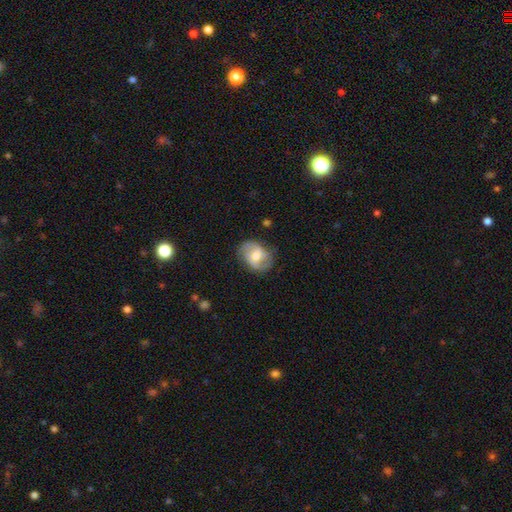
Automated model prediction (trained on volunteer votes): Q: Smooth or featured?
A: featured or disk (63%); runner-up: smooth (30%)
Q: Edge-on disk?
A: no (97%); runner-up: yes (3%)
Q: Bar?
A: weak (45%); runner-up: no (38%)
Q: Spiral arms?
A: yes (85%); runner-up: no (15%)
Q: Spiral winding?
A: medium (46%); runner-up: loose (32%)
Q: Spiral arm count?
A: 2 (84%); runner-up: can't tell (9%)
Q: Bulge size?
A: moderate (63%); runner-up: small (26%)
Q: Merging?
A: none (75%); runner-up: minor disturbance (18%)